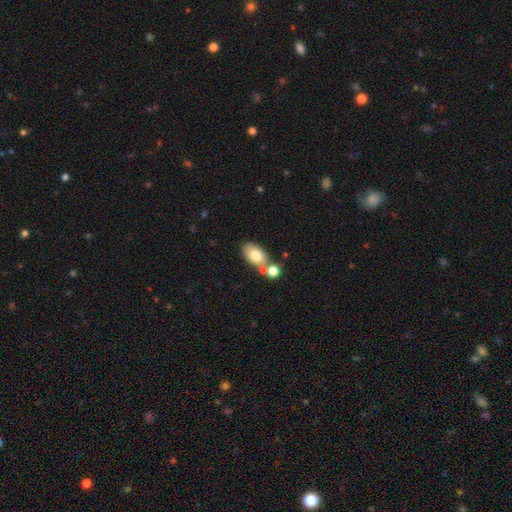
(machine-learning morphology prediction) type=smooth (74%); roundness=in between (89%); merging=none (55%).